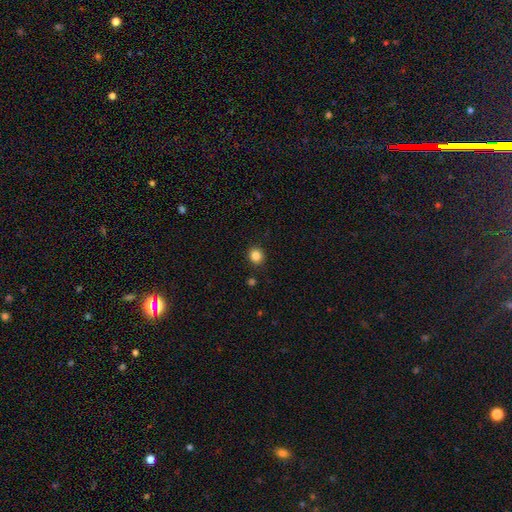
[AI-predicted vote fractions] Smooth or featured? smooth (85%)
How rounded? round (86%)
Merging? none (89%)